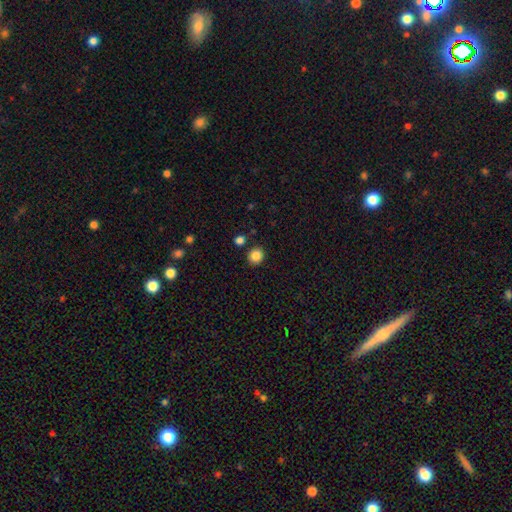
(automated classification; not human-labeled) This appears to be a smooth galaxy with no disk features (86%) that is round (86%). Merging: none (88%).